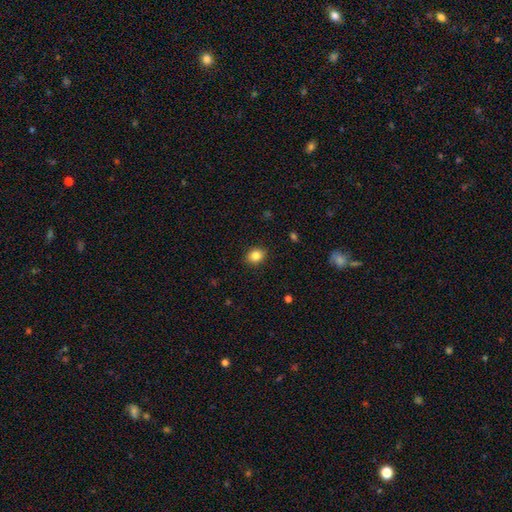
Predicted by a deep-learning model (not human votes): The model was most divided on "how rounded": in between: 52%, round: 47%, cigar-shaped: 1%. More confident: merging — none (89%); smooth or featured — smooth (84%).